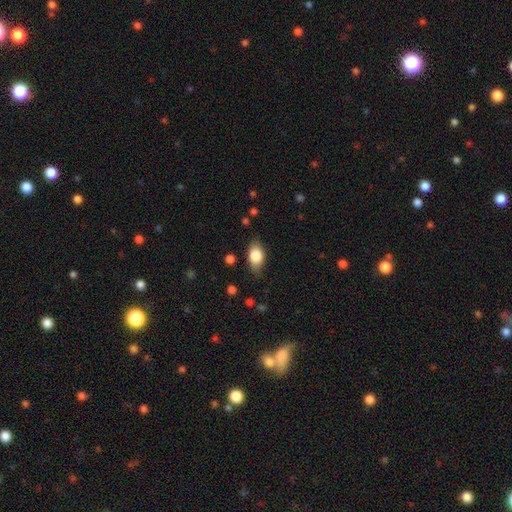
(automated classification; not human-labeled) smooth_or_featured: smooth (p=0.79) [alt: featured or disk p=0.14]
how_rounded: in between (p=0.88) [alt: round p=0.08]
merging: none (p=0.80) [alt: minor disturbance p=0.15]